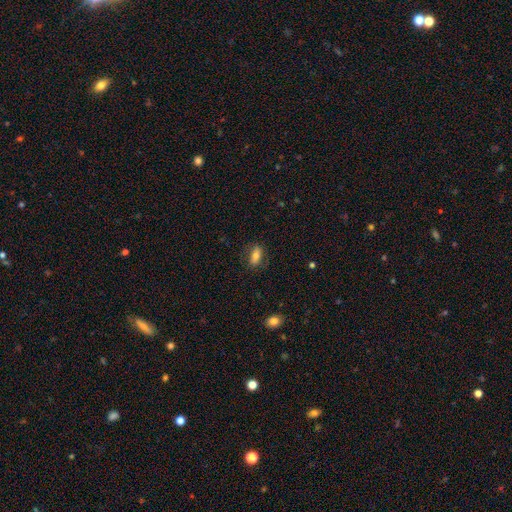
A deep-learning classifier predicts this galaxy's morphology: This is likely a smooth galaxy (73%). How rounded: likely in between (78%). Merging: likely none (80%).